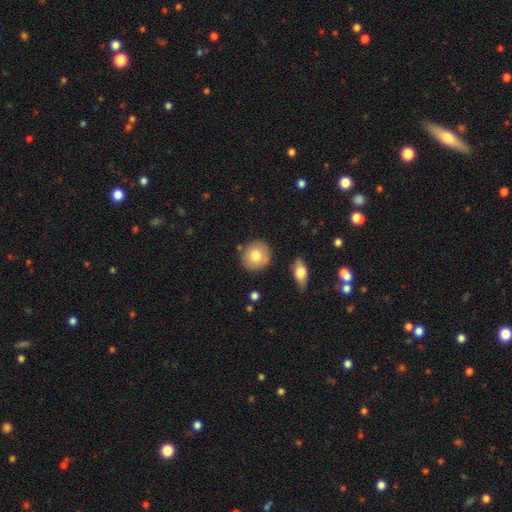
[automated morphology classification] Smooth or featured?
  - smooth: 76% *
  - featured or disk: 16%
  - star or artifact: 7%
How rounded?
  - round: 89% *
  - in between: 10%
  - cigar-shaped: 1%
Merging?
  - none: 84% *
  - minor disturbance: 9%
  - merger: 4%
  - major disturbance: 2%